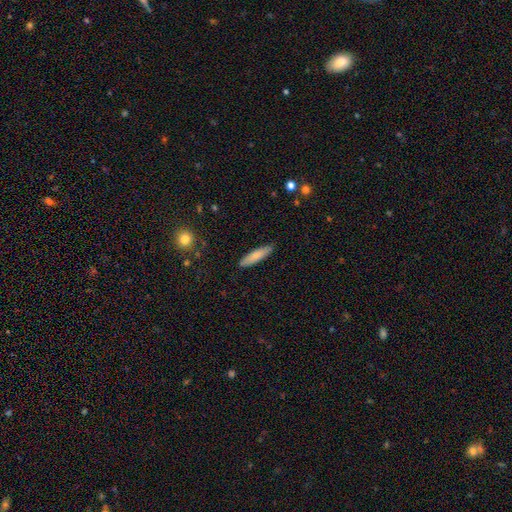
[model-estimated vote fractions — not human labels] Smooth or featured?
  - smooth: 76% *
  - featured or disk: 18%
  - star or artifact: 6%
How rounded?
  - cigar-shaped: 77% *
  - in between: 21%
  - round: 2%
Merging?
  - none: 88% *
  - minor disturbance: 9%
  - major disturbance: 2%
  - merger: 1%